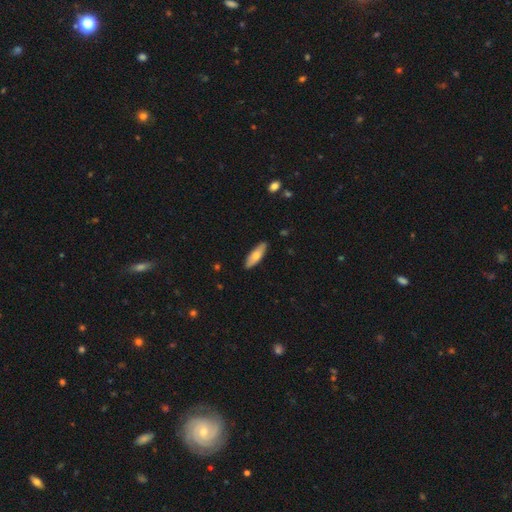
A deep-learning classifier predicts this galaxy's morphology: This appears to be a smooth galaxy with no disk features (68%) that is in between round and cigar-shaped (51%). Merging: none (88%).